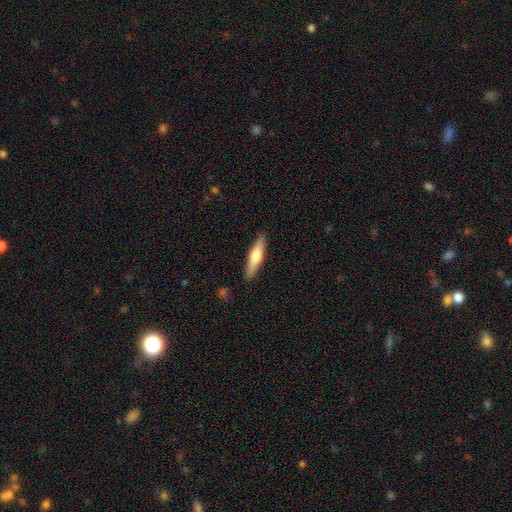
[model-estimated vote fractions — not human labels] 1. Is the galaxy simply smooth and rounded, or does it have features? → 60% smooth, 35% featured or disk, 5% star or artifact.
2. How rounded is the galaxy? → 77% cigar-shaped, 22% in between, 2% round.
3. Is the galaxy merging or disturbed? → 89% none, 9% minor disturbance, 2% major disturbance, 1% merger.